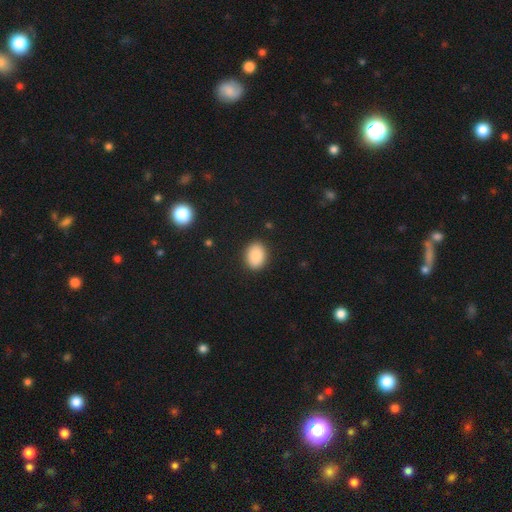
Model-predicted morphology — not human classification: This is clearly a smooth galaxy (89%). How rounded: likely in between (70%). Merging: clearly none (89%).